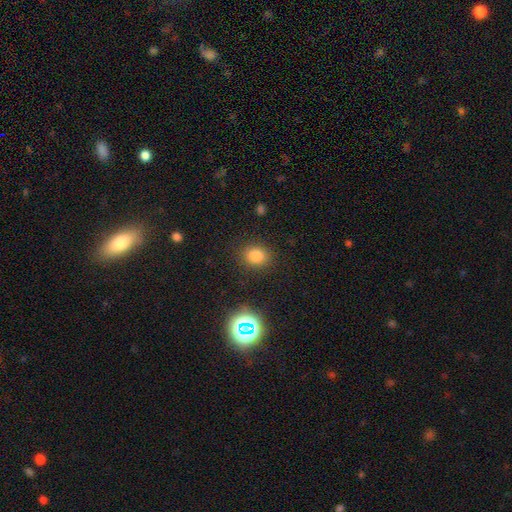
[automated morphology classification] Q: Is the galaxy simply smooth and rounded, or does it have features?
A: smooth — 77%.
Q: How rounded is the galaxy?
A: round — 64%.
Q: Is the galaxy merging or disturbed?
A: none — 86%.